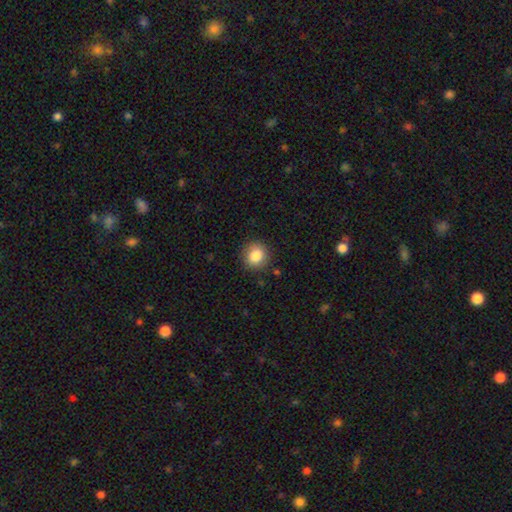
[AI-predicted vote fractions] Morphology: type=smooth (84%); roundness=round (89%); merging=none (88%).